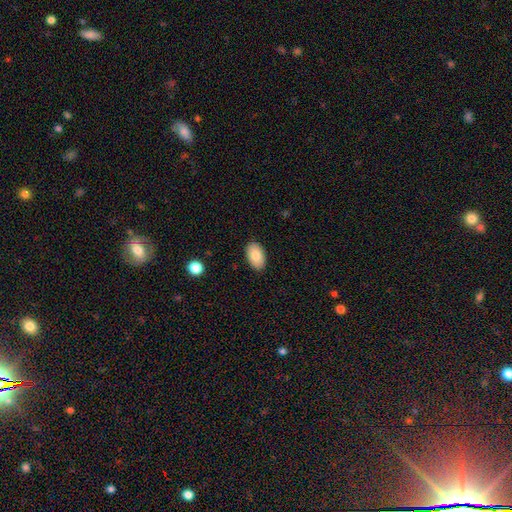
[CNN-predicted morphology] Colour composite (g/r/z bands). It shows a smooth galaxy with no disk features (85%) that is in between round and cigar-shaped (94%). Merging: none (88%).